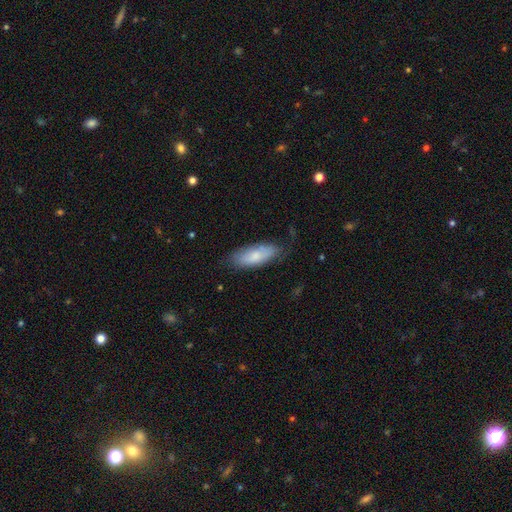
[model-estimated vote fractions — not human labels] This is likely a smooth galaxy (75%). How rounded: likely in between (74%). Merging: likely none (68%).